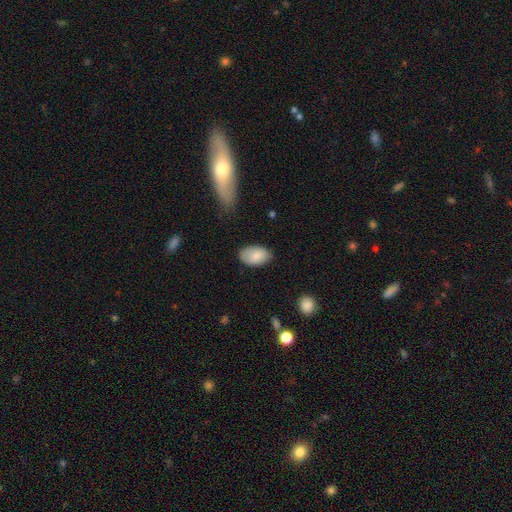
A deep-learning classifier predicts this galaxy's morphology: Smooth or featured? Predicted: smooth (p=0.82). How rounded? Predicted: in between (p=0.93). Merging? Predicted: none (p=0.76).